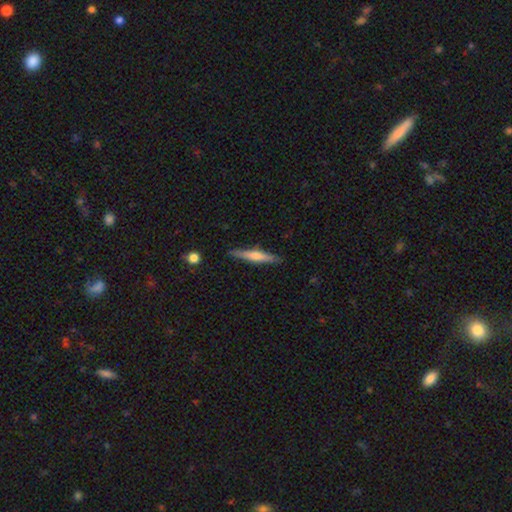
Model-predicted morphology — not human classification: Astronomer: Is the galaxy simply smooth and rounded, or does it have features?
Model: featured or disk — 50% (runner-up: smooth, 44%).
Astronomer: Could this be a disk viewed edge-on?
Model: yes — 95%.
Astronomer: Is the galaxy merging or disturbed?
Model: none — 87%.